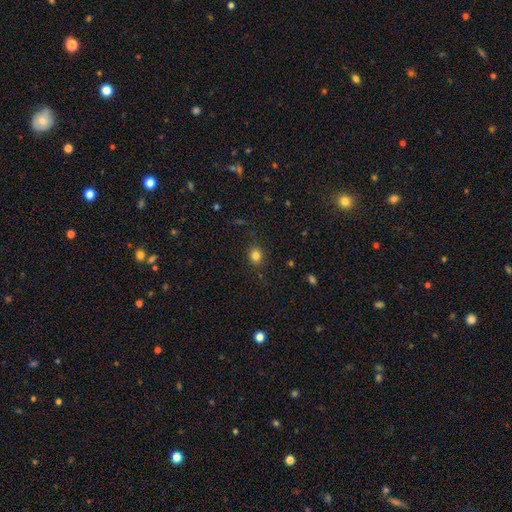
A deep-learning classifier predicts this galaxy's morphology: This is clearly a smooth galaxy (82%). How rounded: likely round (70%). Merging: clearly none (86%).